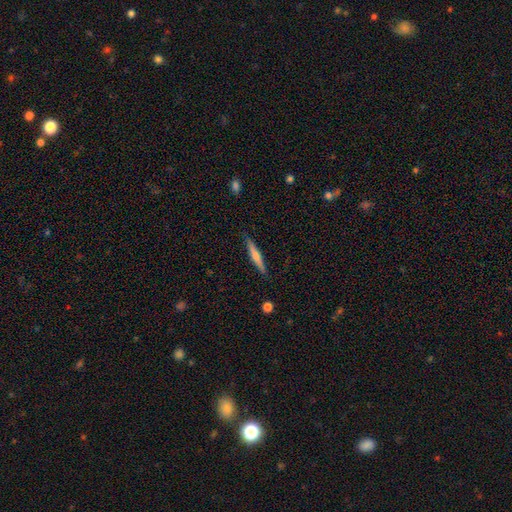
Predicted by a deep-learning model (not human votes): A featured or disk galaxy (59%) viewed edge-on (97%) with a rounded central bulge (77%).

Vote fractions:
- Smooth or featured? featured or disk: 59% / smooth: 35% / star or artifact: 6%
- Edge-on disk? yes: 97% / no: 3%
- Edge-on bulge? rounded: 77% / none: 15% / boxy: 8%
- Merging? none: 89% / minor disturbance: 8% / major disturbance: 2% / merger: 1%